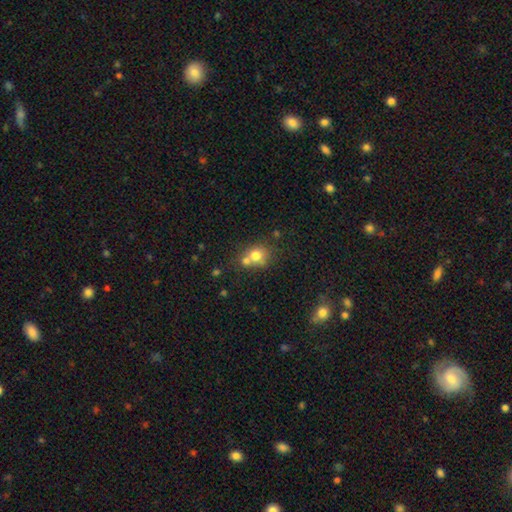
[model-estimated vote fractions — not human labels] The model was most divided on "merging" (2-way tie): none: 43%, merger: 43%, minor disturbance: 10%, major disturbance: 4%. More confident: how rounded — round (75%); smooth or featured — smooth (73%).